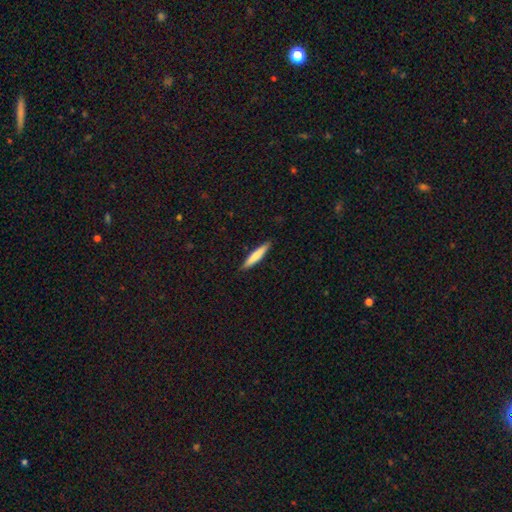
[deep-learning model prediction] Q: Smooth or featured?
A: smooth (75%); runner-up: featured or disk (19%)
Q: How rounded?
A: cigar-shaped (90%); runner-up: in between (8%)
Q: Merging?
A: none (90%); runner-up: minor disturbance (8%)